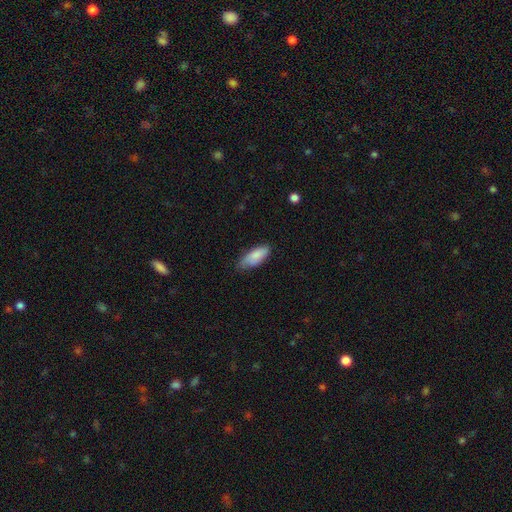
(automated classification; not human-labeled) A smooth galaxy with no disk features (85%) that is in between round and cigar-shaped (79%). Merging: none (63%).